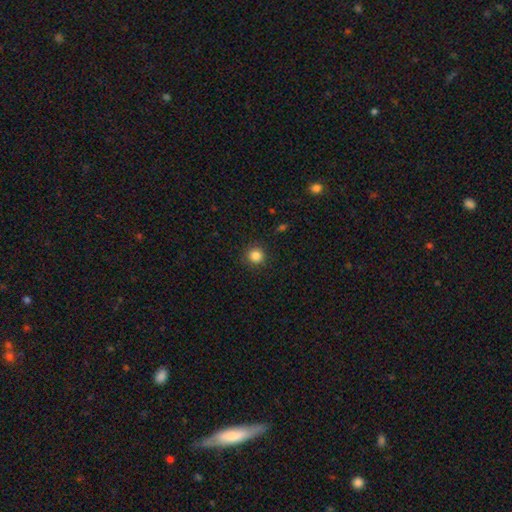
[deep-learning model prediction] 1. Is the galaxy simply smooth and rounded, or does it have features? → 84% smooth, 12% star or artifact, 4% featured or disk.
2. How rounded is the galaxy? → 94% round, 5% in between, 1% cigar-shaped.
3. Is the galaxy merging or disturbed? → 90% none, 7% minor disturbance, 2% major disturbance, 1% merger.